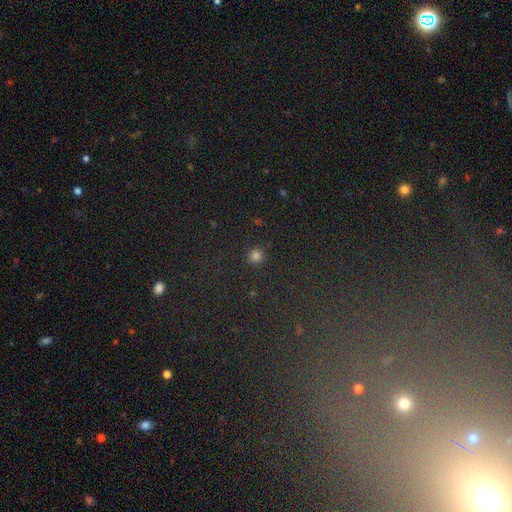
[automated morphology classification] A smooth galaxy with no disk features (80%) that is round (94%). Merging: none (91%).